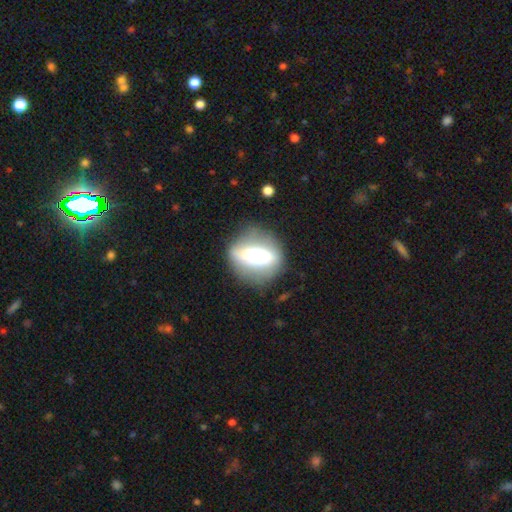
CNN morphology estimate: The model was most divided on "smooth or featured": featured or disk: 46%, smooth: 45%, star or artifact: 9%. More confident: merging — none (72%).